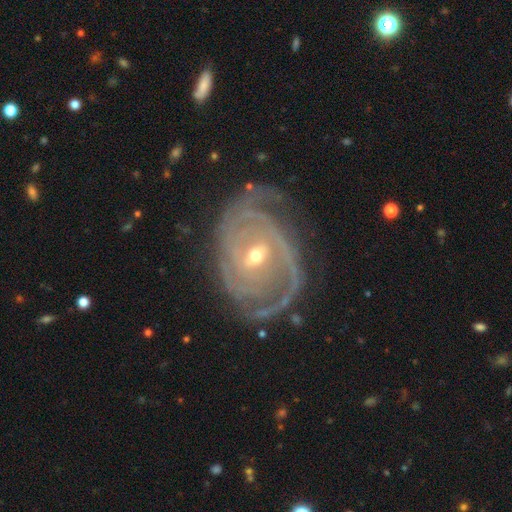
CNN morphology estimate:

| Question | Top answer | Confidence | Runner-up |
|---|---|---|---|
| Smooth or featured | featured or disk | 92% | star or artifact (5%) |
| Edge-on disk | no | 97% | yes (3%) |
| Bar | no | 43% | weak (39%) |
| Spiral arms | yes | 98% | no (2%) |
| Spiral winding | tight | 73% | medium (23%) |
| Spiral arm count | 2 | 34% | 3 (25%) |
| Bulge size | small | 51% | moderate (46%) |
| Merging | none | 73% | minor disturbance (19%) |